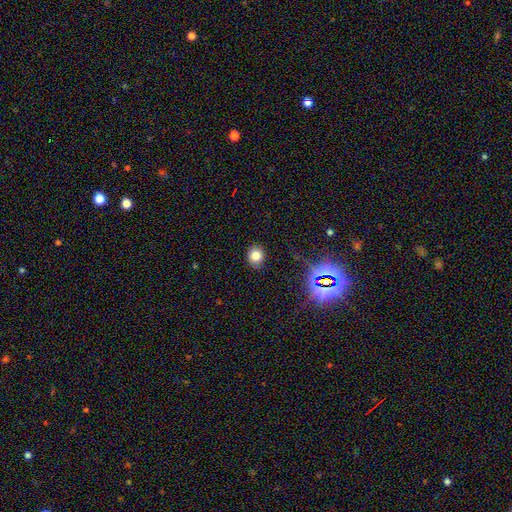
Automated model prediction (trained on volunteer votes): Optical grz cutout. It shows a smooth galaxy with no disk features (76%) that is round (75%). Merging: none (88%).